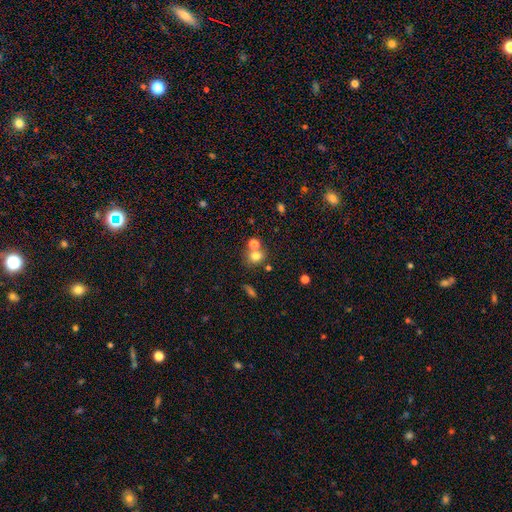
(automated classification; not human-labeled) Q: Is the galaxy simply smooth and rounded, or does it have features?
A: smooth — 75%.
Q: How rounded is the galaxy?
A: round — 65%.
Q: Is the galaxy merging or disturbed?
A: none — 52%.